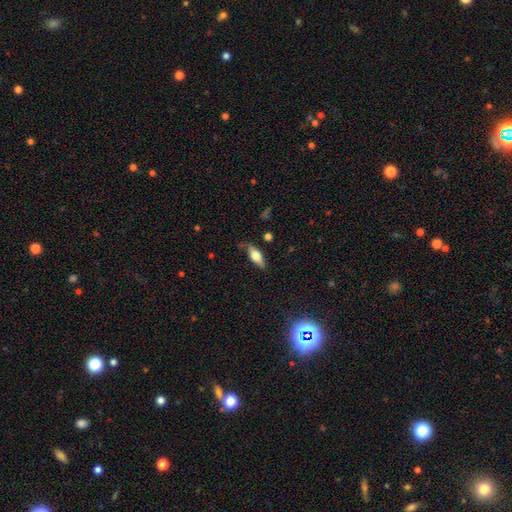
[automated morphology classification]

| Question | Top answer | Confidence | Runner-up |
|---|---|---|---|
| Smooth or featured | smooth | 55% | featured or disk (38%) |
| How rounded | in between | 63% | cigar-shaped (34%) |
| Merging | none | 70% | minor disturbance (22%) |